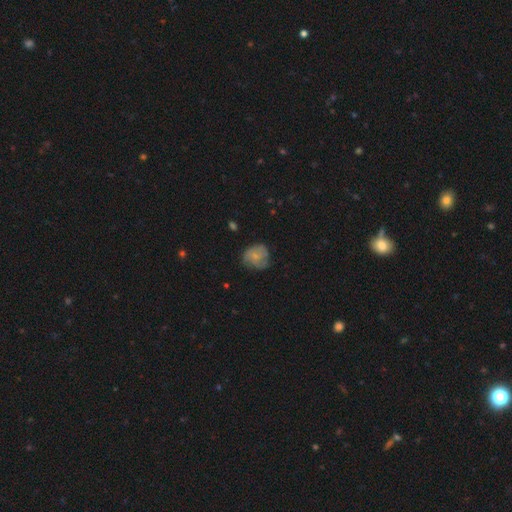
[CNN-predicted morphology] This appears to be a smooth galaxy with no disk features (47%). Merging: none (63%).